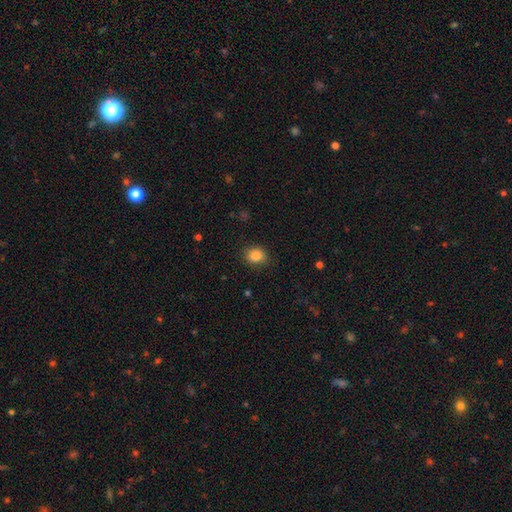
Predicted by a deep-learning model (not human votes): A smooth galaxy with no disk features (85%) that is round (61%). Merging: none (86%).